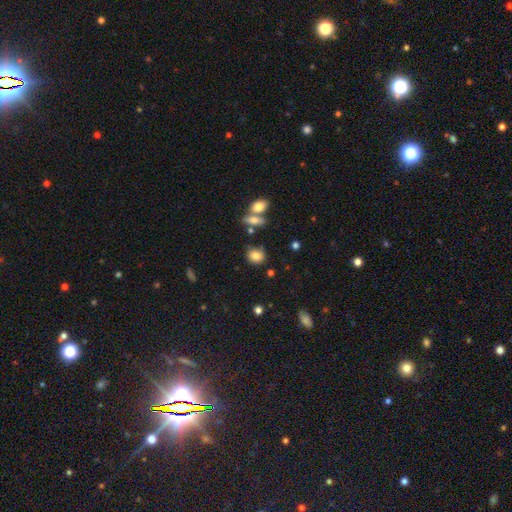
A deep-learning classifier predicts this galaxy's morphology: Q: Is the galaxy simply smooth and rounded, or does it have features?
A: smooth — 81%.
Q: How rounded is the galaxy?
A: round — 61%.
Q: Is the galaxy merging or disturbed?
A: none — 77%.